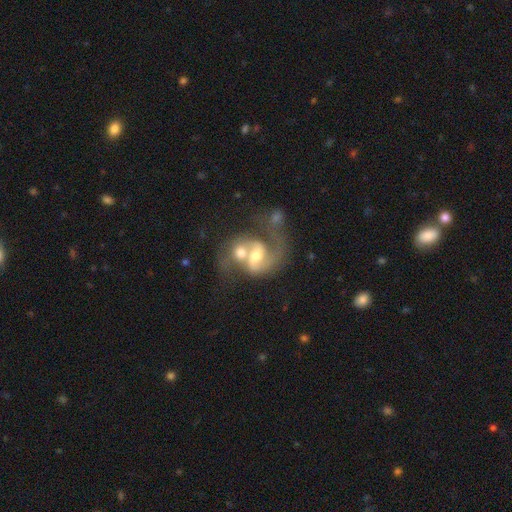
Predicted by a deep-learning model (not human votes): This is likely a featured or disk galaxy (80%). It is clearly not viewed edge-on (97%). Bar: marginally weak (42%). Spiral arm pattern: clearly yes (92%). Spiral arm count: likely 2 (78%). Spiral winding: possibly medium (48%). Central bulge: likely moderate (64%). Merging: likely merger (67%).